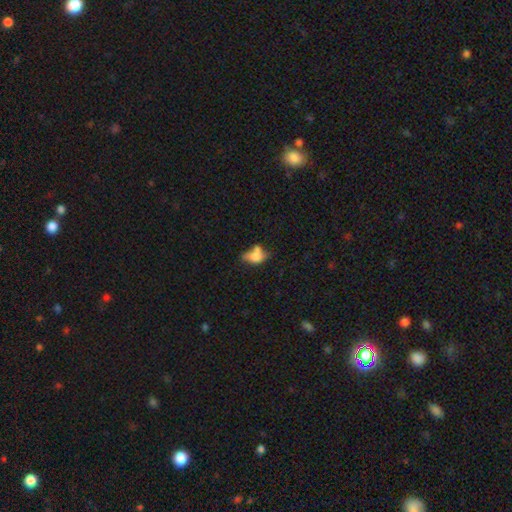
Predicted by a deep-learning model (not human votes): A smooth galaxy with no disk features (64%) that is in between round and cigar-shaped (80%).

Vote fractions:
- Smooth or featured? smooth: 64% / featured or disk: 25% / star or artifact: 11%
- How rounded? in between: 80% / round: 14% / cigar-shaped: 6%
- Merging? merger: 36% / none: 30% / minor disturbance: 20% / major disturbance: 13%